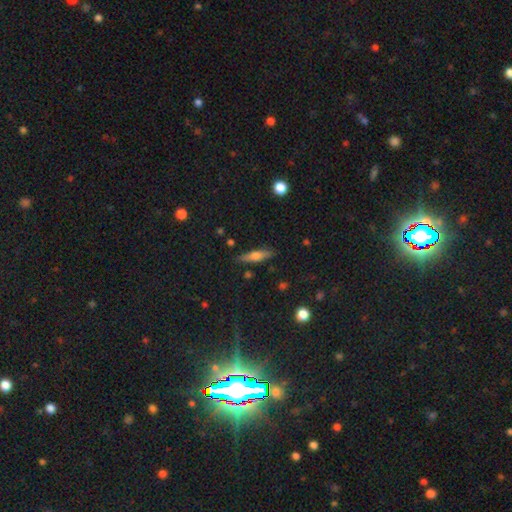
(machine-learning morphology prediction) This appears to be a smooth galaxy with no disk features (53%) that is cigar-shaped (68%). Merging: none (85%).